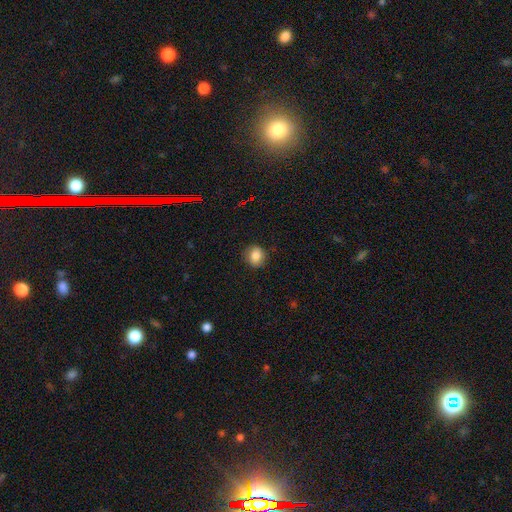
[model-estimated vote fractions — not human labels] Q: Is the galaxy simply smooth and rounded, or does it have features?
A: smooth — 85%.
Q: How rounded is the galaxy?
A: round — 76%.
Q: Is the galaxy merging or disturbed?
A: none — 85%.